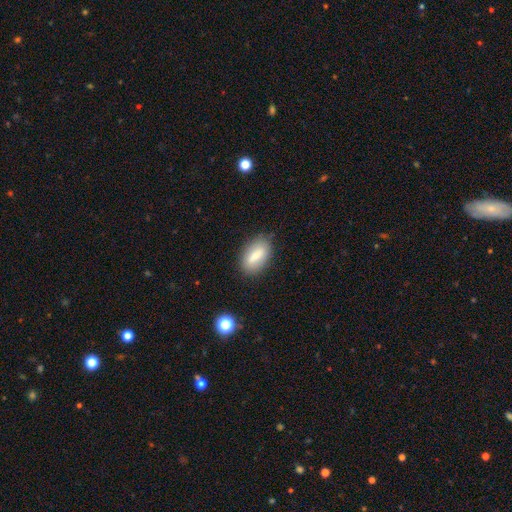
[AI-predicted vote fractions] This appears to be a smooth galaxy with no disk features (73%) that is in between round and cigar-shaped (89%). Merging: none (77%).